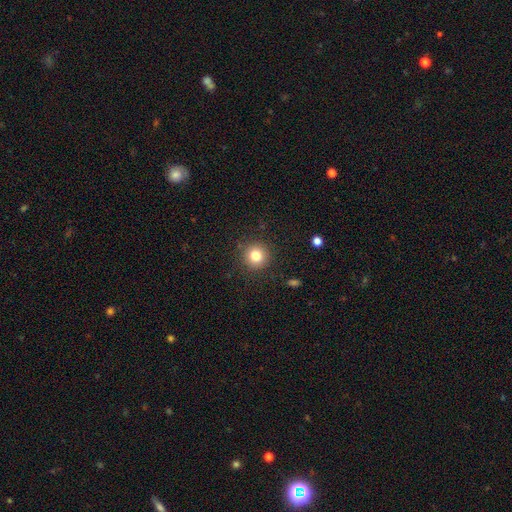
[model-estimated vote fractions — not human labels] This appears to be a smooth galaxy with no disk features (81%) that is round (94%). Merging: none (89%).